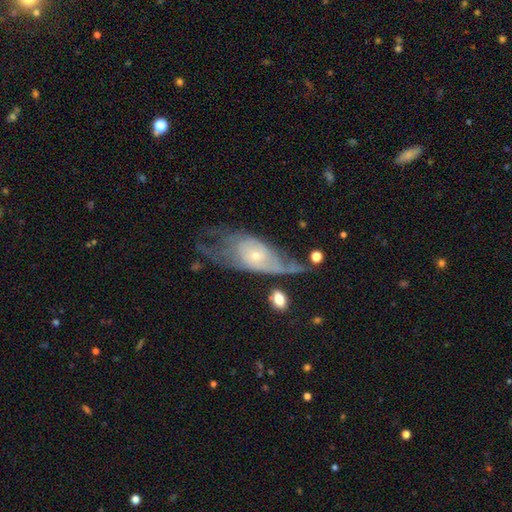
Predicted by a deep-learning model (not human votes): Morphology: type=featured or disk (69%); edge-on=no (88%); bar=no (79%); spiral arms=yes (69%); bulge=small (71%); merging=major disturbance (42%).